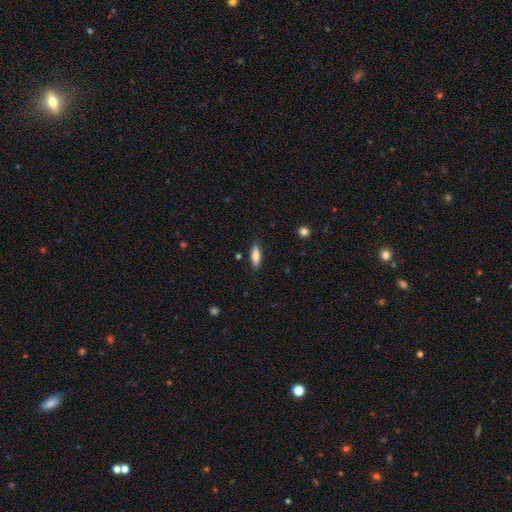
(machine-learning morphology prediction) A smooth galaxy with no disk features (75%) that is in between round and cigar-shaped (59%). Merging: none (85%).